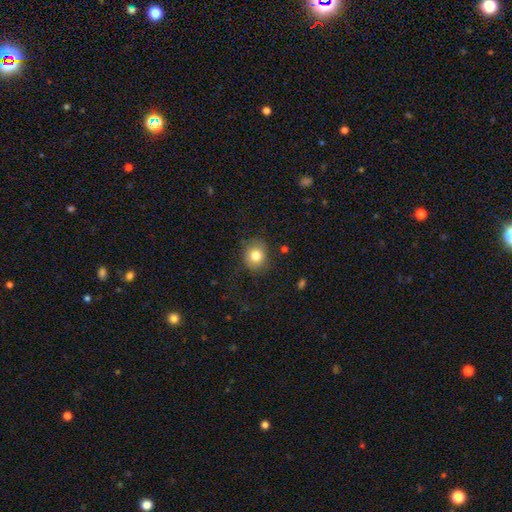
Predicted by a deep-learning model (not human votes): smooth_or_featured: smooth (p=0.80) [alt: featured or disk p=0.10]
how_rounded: round (p=0.72) [alt: in between p=0.27]
merging: none (p=0.78) [alt: minor disturbance p=0.15]